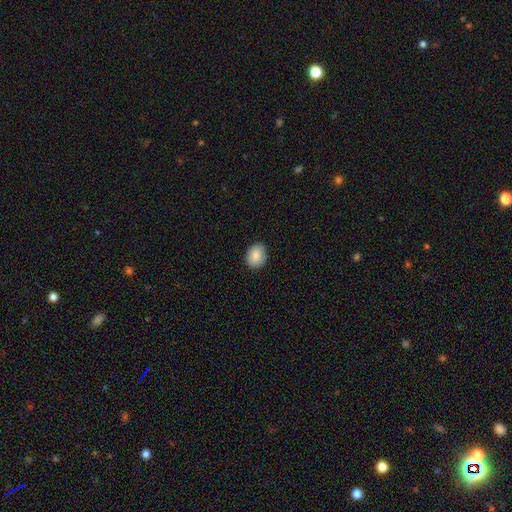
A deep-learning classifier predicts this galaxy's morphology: Smooth or featured? smooth (88%)
How rounded? in between (53%)
Merging? none (89%)